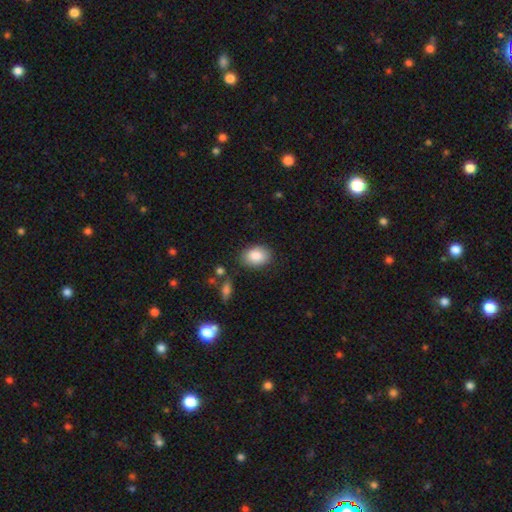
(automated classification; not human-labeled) smooth 86%, star or artifact 7%, featured or disk 7%. Down the decision tree: how rounded — in between (80%); merging — none (83%).